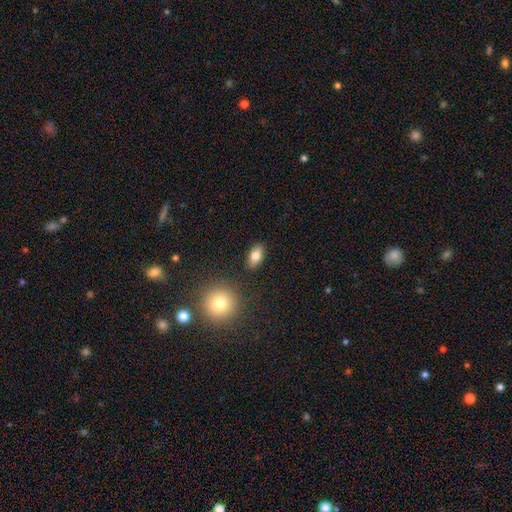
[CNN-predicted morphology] Smooth or featured: smooth — 79% (featured or disk — 13%)
How rounded: in between — 88% (round — 7%)
Merging: none — 84% (minor disturbance — 10%)